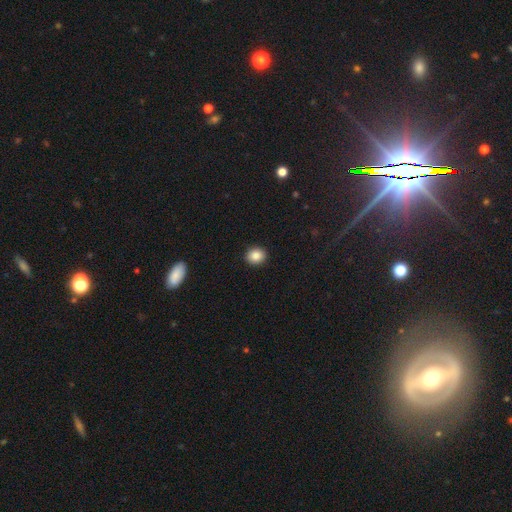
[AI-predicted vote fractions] Smooth or featured: smooth — 86% (star or artifact — 9%)
How rounded: round — 74% (in between — 25%)
Merging: none — 92% (minor disturbance — 6%)